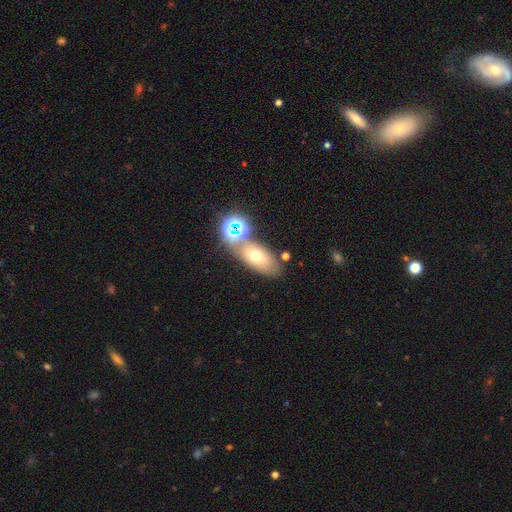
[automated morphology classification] Smooth or featured? smooth (62%)
How rounded? in between (82%)
Merging? none (62%)